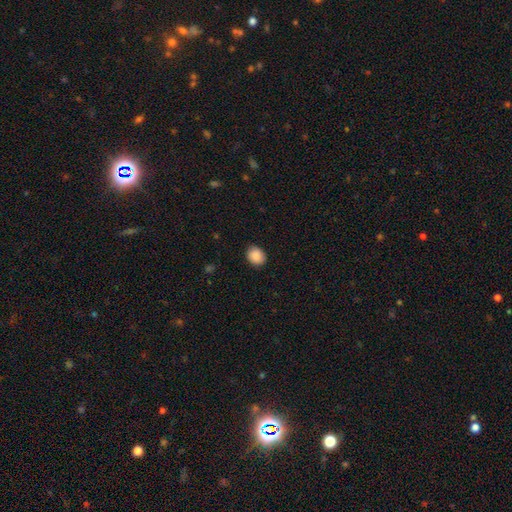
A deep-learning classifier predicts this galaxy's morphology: A smooth galaxy with no disk features (89%) that is round (53%).

Vote fractions:
- Smooth or featured? smooth: 89% / star or artifact: 7% / featured or disk: 3%
- How rounded? round: 53% / in between: 47% / cigar-shaped: 1%
- Merging? none: 86% / minor disturbance: 10% / major disturbance: 2% / merger: 1%